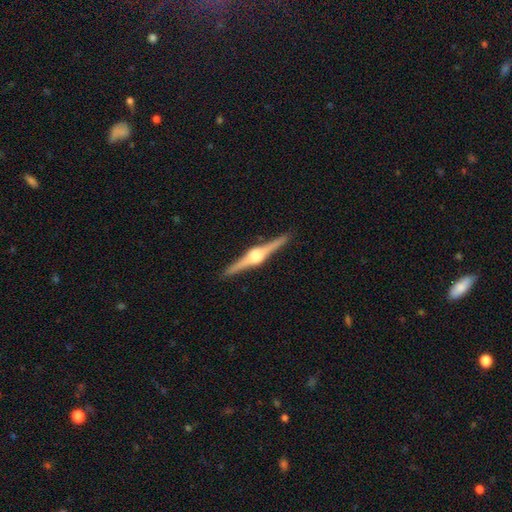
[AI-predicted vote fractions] Smooth or featured? featured or disk (87%)
Edge-on disk? yes (99%)
Edge-on bulge? rounded (92%)
Merging? none (92%)